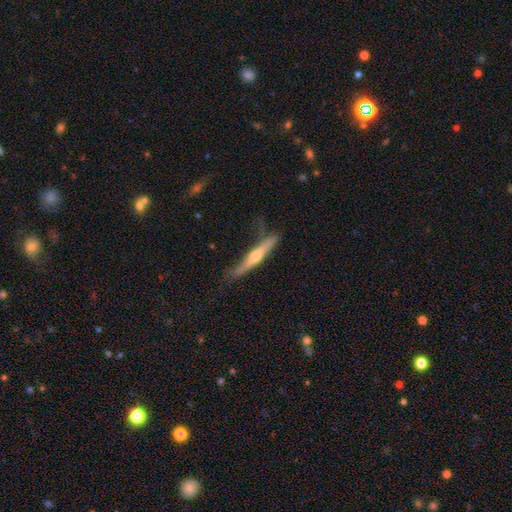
A featured or disk galaxy (73%) viewed edge-on (100%) with a rounded central bulge (100%). Merging: none (64%).